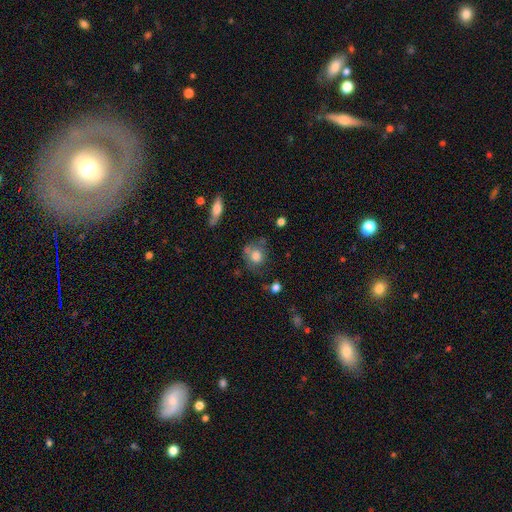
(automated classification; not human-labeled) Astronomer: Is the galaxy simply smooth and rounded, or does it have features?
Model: smooth — 73%.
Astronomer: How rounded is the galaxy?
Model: round — 75%.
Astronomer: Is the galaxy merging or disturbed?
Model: none — 53%.